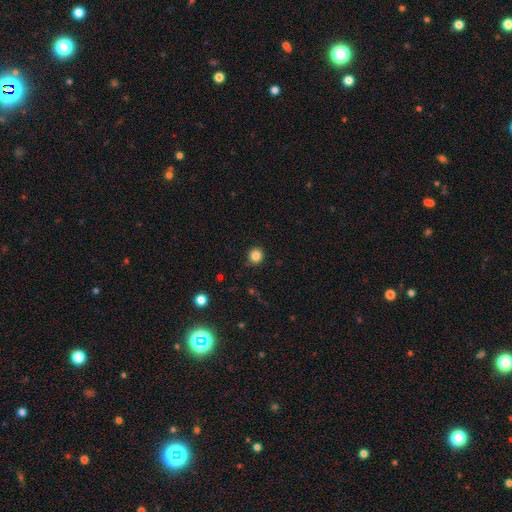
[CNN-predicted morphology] Q: Smooth or featured?
A: smooth (84%); runner-up: star or artifact (12%)
Q: How rounded?
A: round (93%); runner-up: in between (6%)
Q: Merging?
A: none (90%); runner-up: minor disturbance (7%)